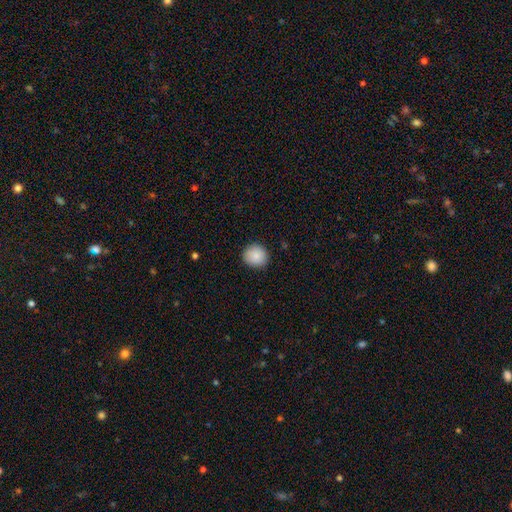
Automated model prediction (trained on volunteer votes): Smooth or featured: smooth — 88% (star or artifact — 8%)
How rounded: round — 90% (in between — 10%)
Merging: none — 90% (minor disturbance — 8%)